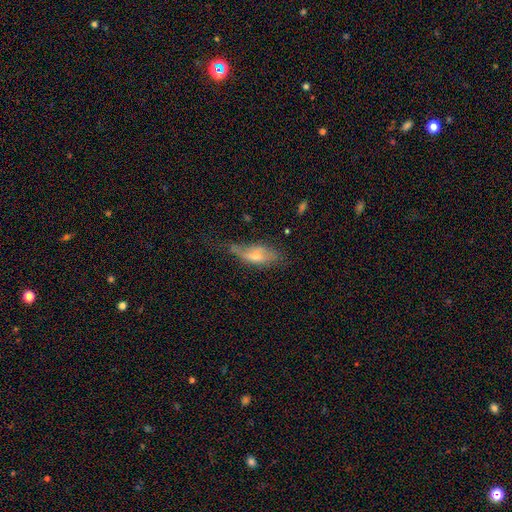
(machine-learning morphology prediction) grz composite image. It shows a featured or disk galaxy (49%). Merging: none (42%).